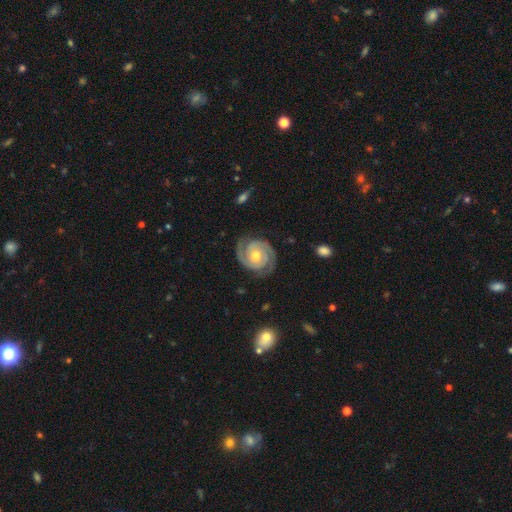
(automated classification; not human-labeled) Smooth or featured?
  - featured or disk: 91% *
  - smooth: 5%
  - star or artifact: 4%
Edge-on disk?
  - no: 98% *
  - yes: 2%
Bar?
  - no: 51% *
  - weak: 38%
  - strong: 11%
Spiral arms?
  - yes: 98% *
  - no: 2%
Spiral winding?
  - tight: 69% *
  - medium: 27%
  - loose: 4%
Spiral arm count?
  - 2: 89% *
  - 3: 4%
  - can't tell: 3%
  - 1: 1%
  - 4: 1%
  - more than 4: 1%
Bulge size?
  - moderate: 71% *
  - small: 20%
  - large: 6%
  - none: 2%
  - dominant: 1%
Merging?
  - none: 82% *
  - minor disturbance: 13%
  - major disturbance: 4%
  - merger: 1%